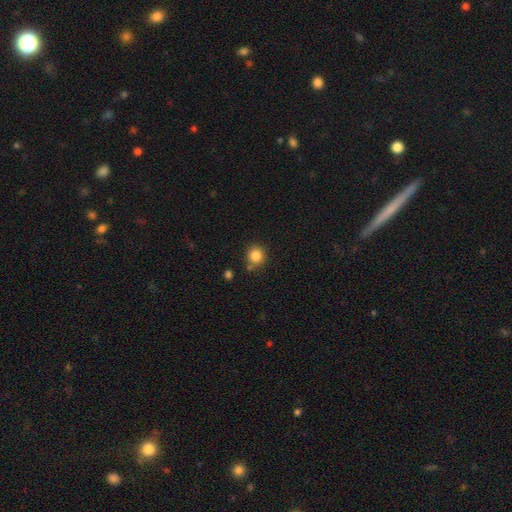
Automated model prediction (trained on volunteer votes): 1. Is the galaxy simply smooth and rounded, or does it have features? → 84% smooth, 11% star or artifact, 5% featured or disk.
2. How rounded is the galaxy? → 89% round, 10% in between, 1% cigar-shaped.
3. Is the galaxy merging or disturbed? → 77% none, 11% minor disturbance, 8% merger, 3% major disturbance.